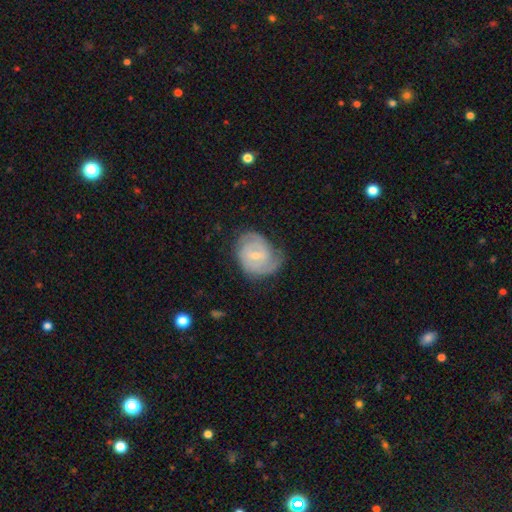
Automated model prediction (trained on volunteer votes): Smooth or featured?
  - featured or disk: 83% *
  - smooth: 12%
  - star or artifact: 5%
Edge-on disk?
  - no: 98% *
  - yes: 2%
Bar?
  - weak: 51% *
  - no: 38%
  - strong: 11%
Spiral arms?
  - yes: 95% *
  - no: 5%
Spiral winding?
  - tight: 65% *
  - medium: 28%
  - loose: 6%
Spiral arm count?
  - 2: 56% *
  - can't tell: 18%
  - 3: 15%
  - 1: 5%
  - 4: 3%
  - more than 4: 3%
Bulge size?
  - small: 60% *
  - moderate: 36%
  - none: 2%
  - large: 1%
  - dominant: 1%
Merging?
  - none: 68% *
  - minor disturbance: 22%
  - major disturbance: 8%
  - merger: 1%